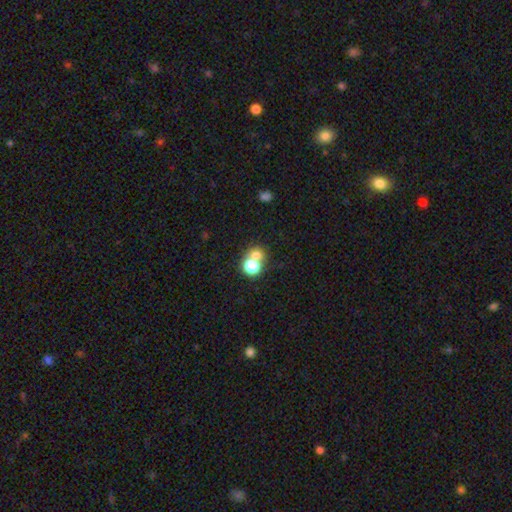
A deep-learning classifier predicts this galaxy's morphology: This is likely a smooth galaxy (71%). How rounded: likely round (75%). Merging: possibly merger (52%).